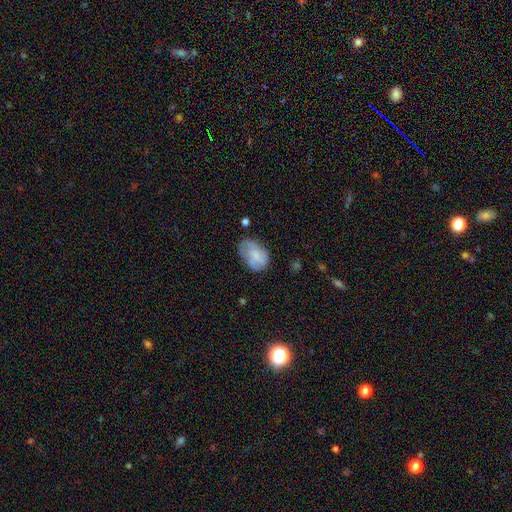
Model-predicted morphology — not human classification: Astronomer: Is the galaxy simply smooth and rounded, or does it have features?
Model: smooth — 59%.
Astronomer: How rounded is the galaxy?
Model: in between — 83%.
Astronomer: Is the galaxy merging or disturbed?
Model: none — 49% (runner-up: minor disturbance, 34%).